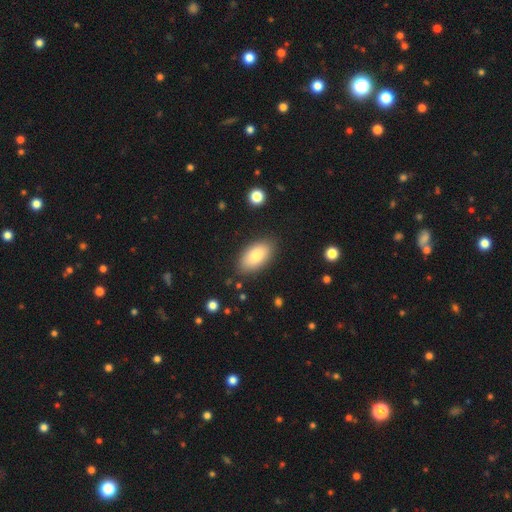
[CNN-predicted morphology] type=smooth (82%); roundness=in between (94%); merging=none (84%).